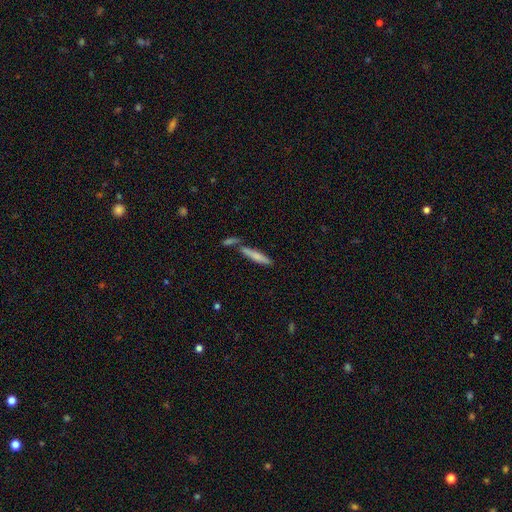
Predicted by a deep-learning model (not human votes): A smooth galaxy with no disk features (70%) that is cigar-shaped (85%). Merging: none (60%).